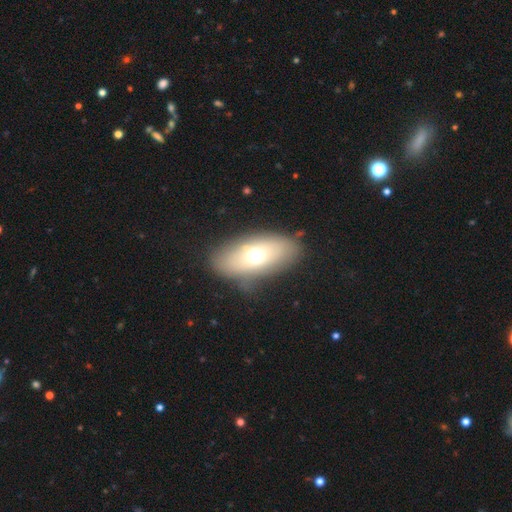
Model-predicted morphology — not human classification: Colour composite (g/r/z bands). It shows a smooth galaxy with no disk features (61%) that is in between round and cigar-shaped (85%). Merging: none (77%).